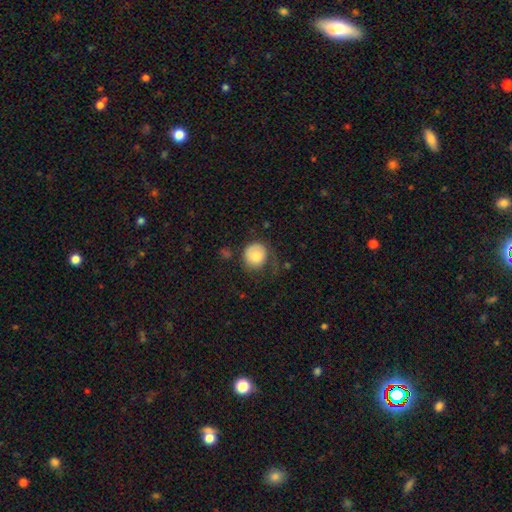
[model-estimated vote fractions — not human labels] Morphology: type=smooth (76%); roundness=round (81%); merging=none (49%).